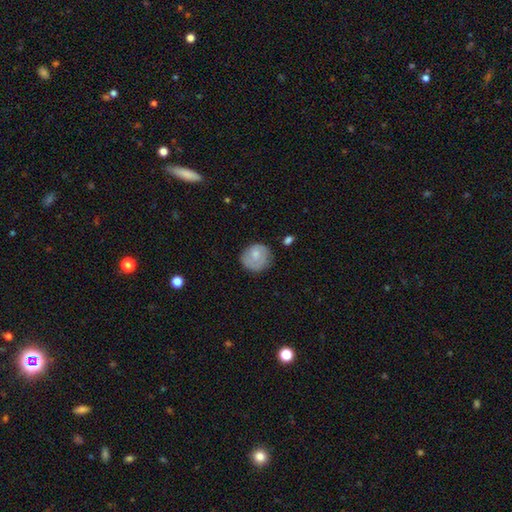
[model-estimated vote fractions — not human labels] smooth-or-featured: smooth: 66% | featured or disk: 27% | star or artifact: 7%
  how-rounded: round: 83% | in between: 16% | cigar-shaped: 1%
  merging: none: 71% | minor disturbance: 21% | major disturbance: 6% | merger: 2%